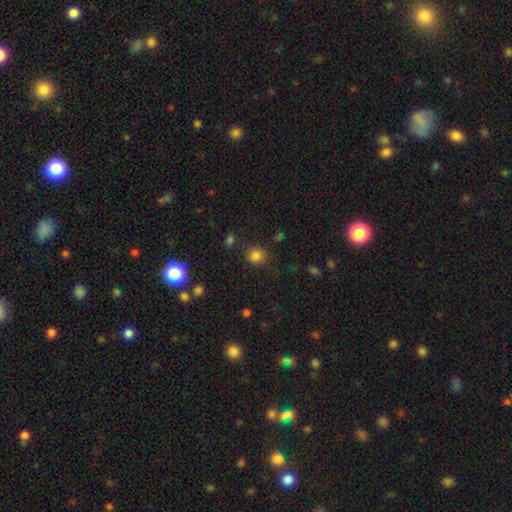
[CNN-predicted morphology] This appears to be a smooth galaxy with no disk features (80%) that is round (68%). Merging: none (78%).